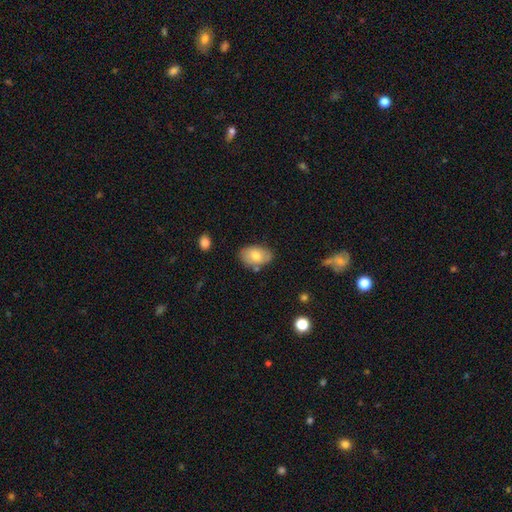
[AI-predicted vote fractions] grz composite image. It shows a smooth galaxy with no disk features (70%) that is in between round and cigar-shaped (88%). Merging: none (73%).